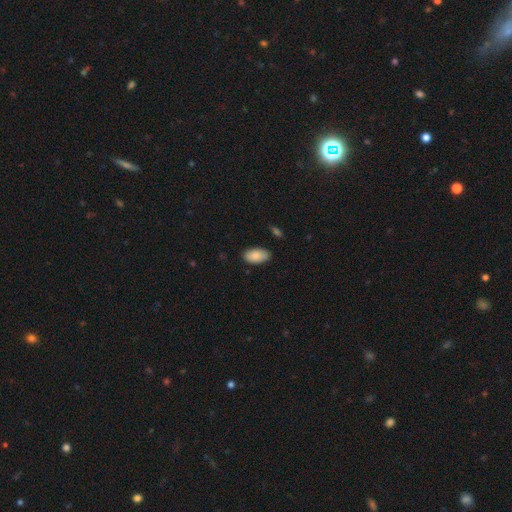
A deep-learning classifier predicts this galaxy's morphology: Smooth or featured: smooth — 89% (star or artifact — 6%)
How rounded: in between — 95% (round — 3%)
Merging: none — 84% (minor disturbance — 12%)